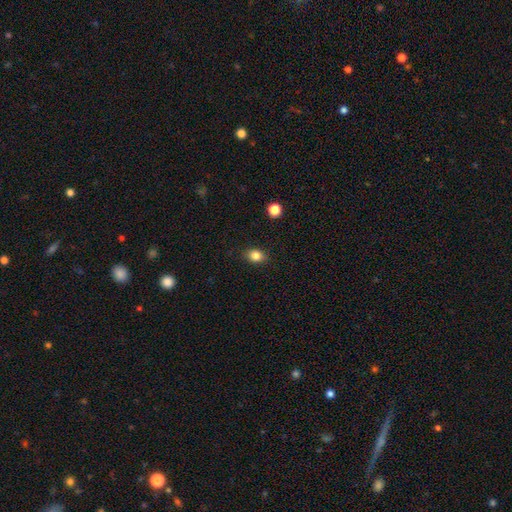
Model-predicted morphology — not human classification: Smooth or featured?
  - smooth: 83% *
  - star or artifact: 10%
  - featured or disk: 7%
How rounded?
  - in between: 62% *
  - round: 37%
  - cigar-shaped: 1%
Merging?
  - none: 87% *
  - minor disturbance: 10%
  - major disturbance: 2%
  - merger: 1%